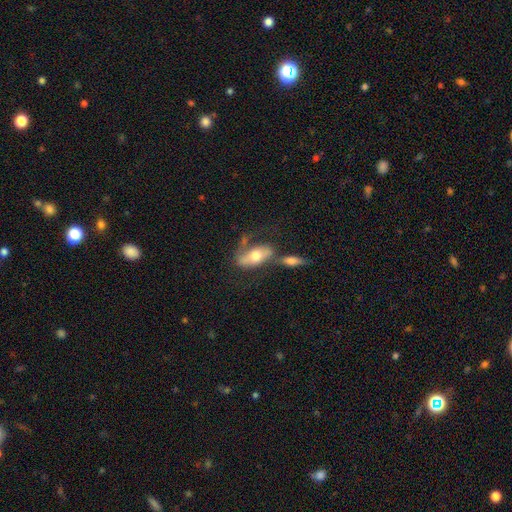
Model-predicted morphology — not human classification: This is possibly a smooth galaxy (52%). How rounded: clearly in between (84%). Merging: marginally none (36%).